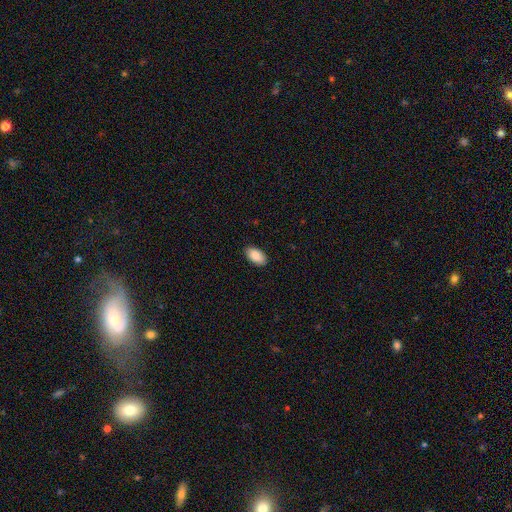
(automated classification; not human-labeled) Smooth or featured?
  - smooth: 89% *
  - star or artifact: 6%
  - featured or disk: 4%
How rounded?
  - in between: 95% *
  - round: 3%
  - cigar-shaped: 2%
Merging?
  - none: 89% *
  - minor disturbance: 8%
  - major disturbance: 2%
  - merger: 1%